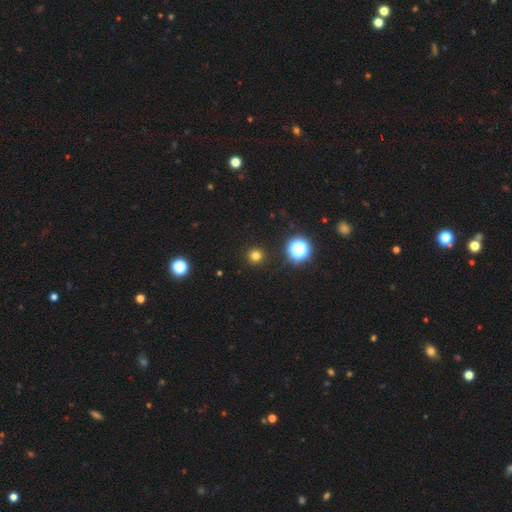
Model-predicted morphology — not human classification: This is likely a smooth galaxy (76%). How rounded: clearly round (96%). Merging: clearly none (93%).